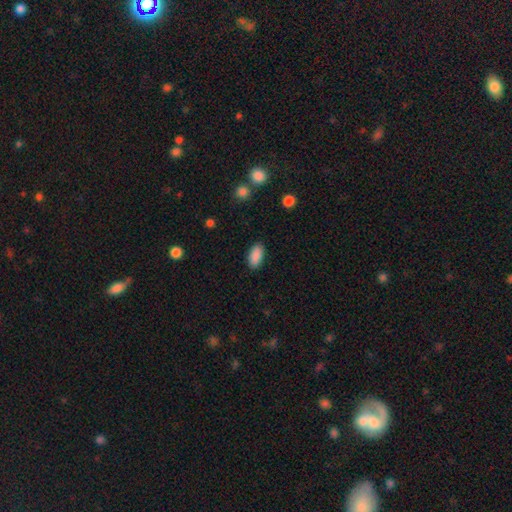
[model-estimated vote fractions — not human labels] Overall: smooth (90%). How rounded: in between (91%). Merging: none (89%).